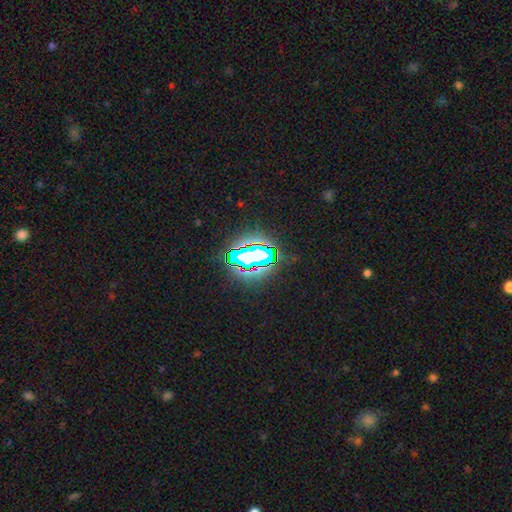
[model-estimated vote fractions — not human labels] Smooth or featured: star or artifact — 66% (smooth — 20%)